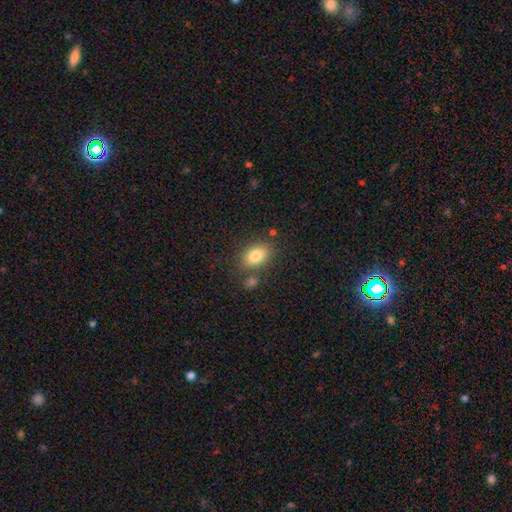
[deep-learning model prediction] The model was most divided on "how rounded": in between: 79%, round: 19%, cigar-shaped: 1%. More confident: smooth or featured — smooth (82%); merging — none (74%).